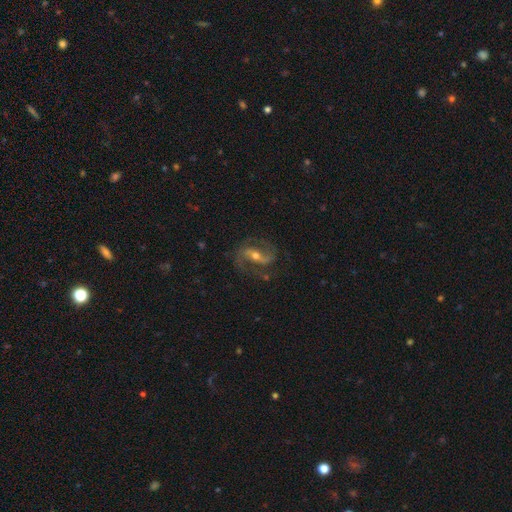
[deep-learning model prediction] This appears to be a featured or disk galaxy (87%) with a strong bar (45%), 2 (91%) medium (56%) spiral arms (96%) and a moderate central bulge (59%). Merging: none (75%).